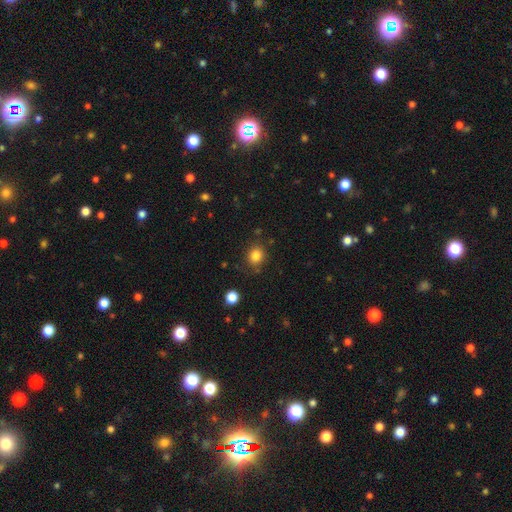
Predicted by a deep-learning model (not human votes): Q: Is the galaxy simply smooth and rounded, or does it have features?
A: smooth — 83%.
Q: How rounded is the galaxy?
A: round — 75%.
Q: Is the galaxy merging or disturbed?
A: none — 83%.